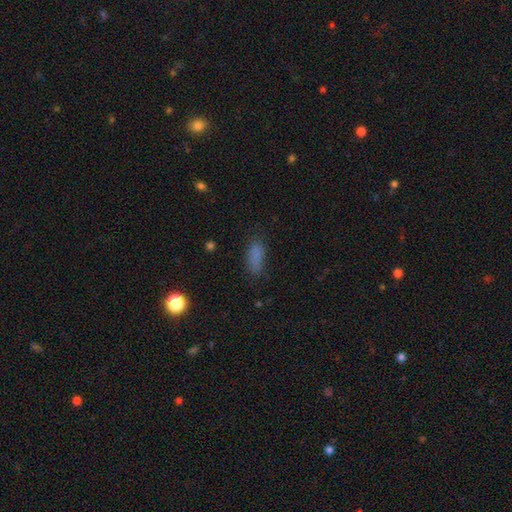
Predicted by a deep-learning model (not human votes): This appears to be a smooth galaxy with no disk features (80%) that is in between round and cigar-shaped (70%). Merging: none (72%).